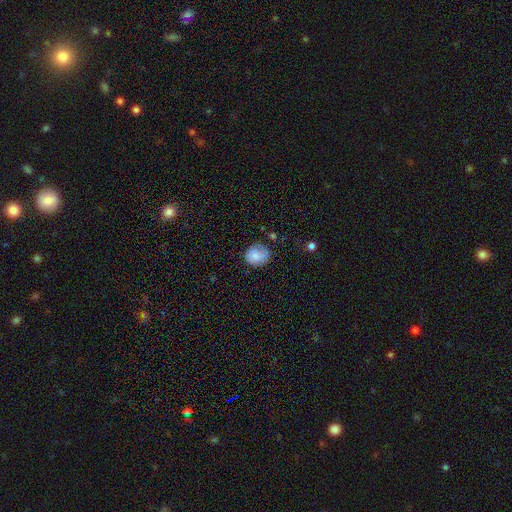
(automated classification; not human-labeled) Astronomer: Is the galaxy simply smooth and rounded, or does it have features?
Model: smooth — 78%.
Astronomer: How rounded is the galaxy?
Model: round — 69%.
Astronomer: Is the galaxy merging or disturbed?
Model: none — 61%.